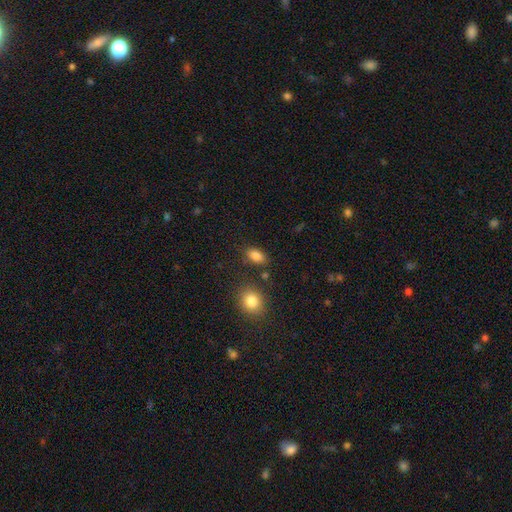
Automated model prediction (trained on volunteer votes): Smooth or featured: smooth — 85% (star or artifact — 9%)
How rounded: in between — 86% (round — 10%)
Merging: none — 78% (minor disturbance — 12%)